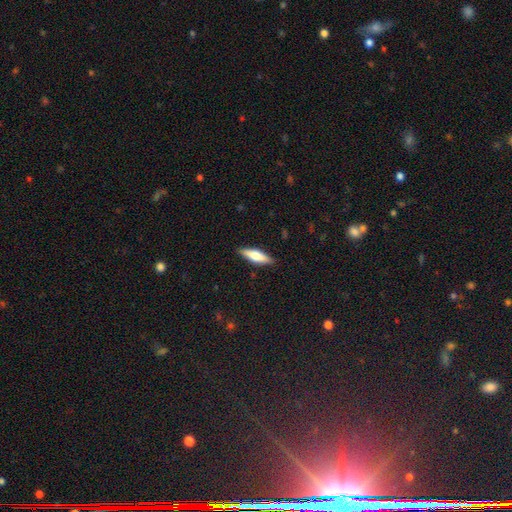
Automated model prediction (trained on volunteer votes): Smooth or featured? Predicted: smooth (p=0.53). How rounded? Predicted: cigar-shaped (p=0.58). Merging? Predicted: none (p=0.89).